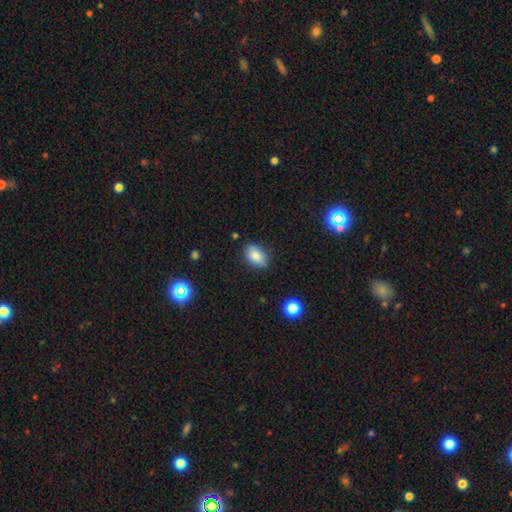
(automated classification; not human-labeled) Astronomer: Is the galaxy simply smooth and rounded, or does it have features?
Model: smooth — 84%.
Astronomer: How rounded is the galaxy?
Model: in between — 88%.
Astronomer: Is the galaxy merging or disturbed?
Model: none — 81%.